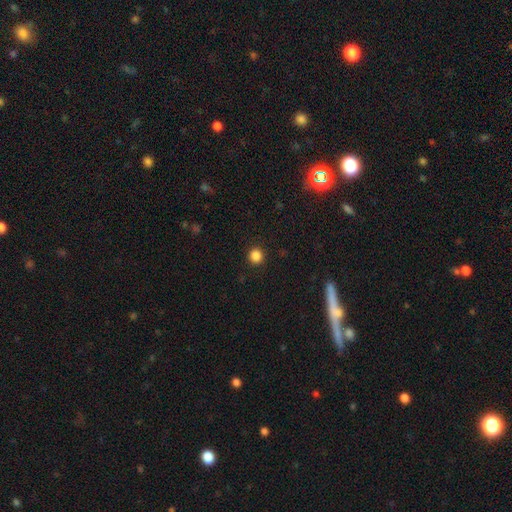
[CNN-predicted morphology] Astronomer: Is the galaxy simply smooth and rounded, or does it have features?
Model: smooth — 85%.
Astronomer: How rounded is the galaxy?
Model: round — 94%.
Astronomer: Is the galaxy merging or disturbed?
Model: none — 92%.